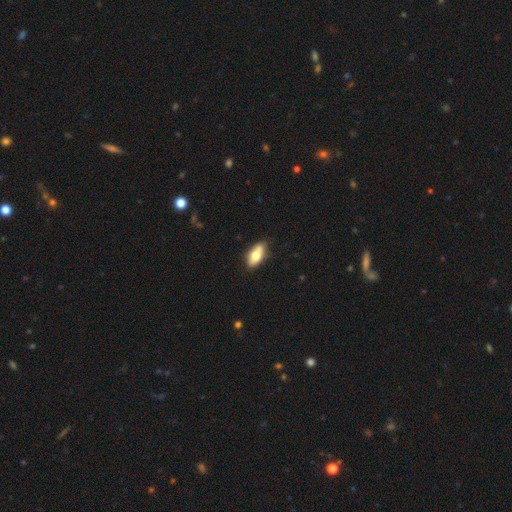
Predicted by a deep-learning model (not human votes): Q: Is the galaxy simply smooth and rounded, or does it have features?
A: smooth — 69%.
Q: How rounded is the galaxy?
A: in between — 87%.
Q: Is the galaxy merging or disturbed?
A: none — 66%.